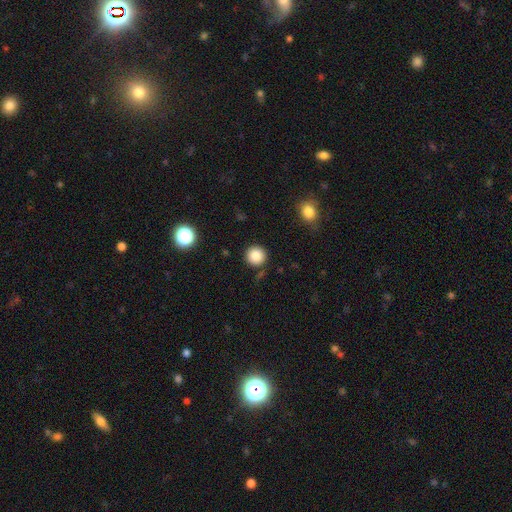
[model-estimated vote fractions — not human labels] A smooth galaxy with no disk features (85%) that is round (95%).

Vote fractions:
- Smooth or featured? smooth: 85% / star or artifact: 10% / featured or disk: 5%
- How rounded? round: 95% / in between: 4% / cigar-shaped: 1%
- Merging? none: 88% / minor disturbance: 7% / merger: 2% / major disturbance: 2%